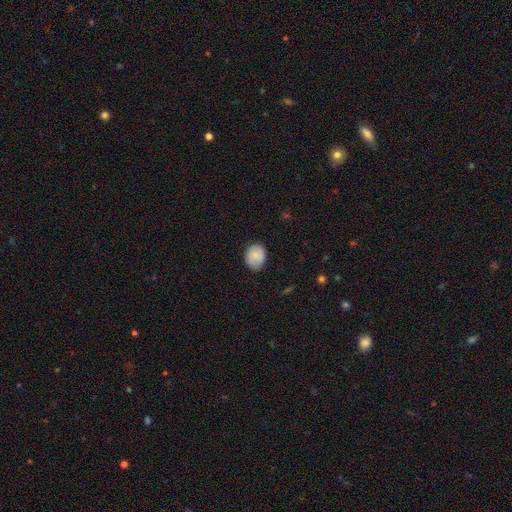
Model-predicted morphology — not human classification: smooth 73%, featured or disk 19%, star or artifact 7%. Down the decision tree: how rounded — round (51%); merging — none (77%).